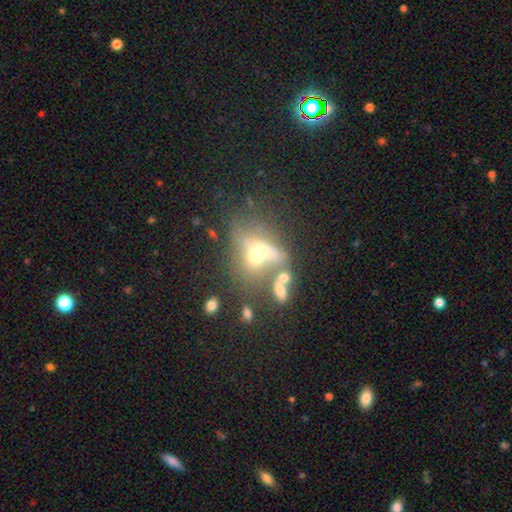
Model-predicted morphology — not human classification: Q: Smooth or featured?
A: featured or disk (42%); runner-up: smooth (38%)
Q: Merging?
A: merger (46%); runner-up: none (28%)